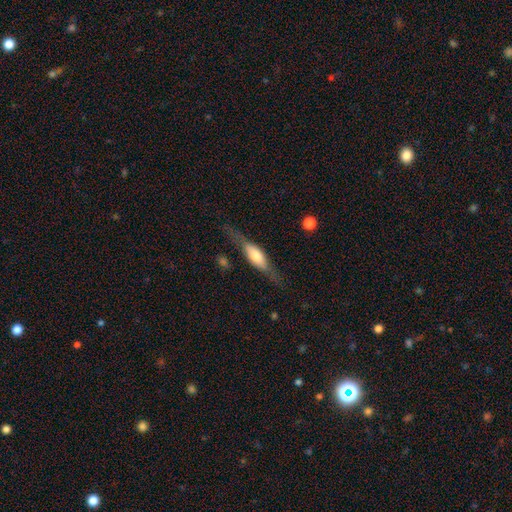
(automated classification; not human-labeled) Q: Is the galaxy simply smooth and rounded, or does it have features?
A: featured or disk — 57%.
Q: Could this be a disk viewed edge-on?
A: yes — 88%.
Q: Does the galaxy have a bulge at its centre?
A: rounded — 73%.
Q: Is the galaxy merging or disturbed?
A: none — 72%.